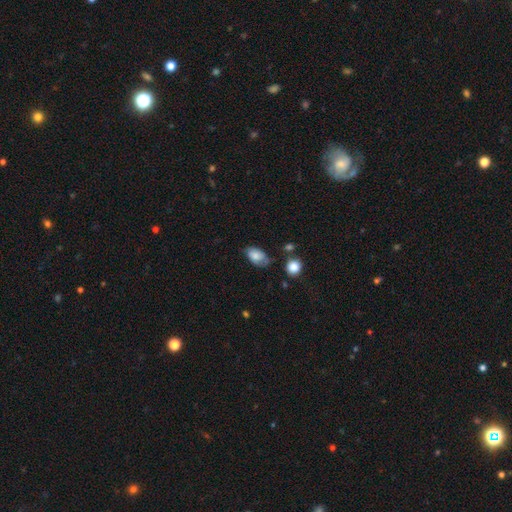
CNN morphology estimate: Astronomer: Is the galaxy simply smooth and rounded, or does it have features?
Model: smooth — 75%.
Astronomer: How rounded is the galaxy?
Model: in between — 91%.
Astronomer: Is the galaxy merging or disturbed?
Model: none — 55% (runner-up: minor disturbance, 33%).